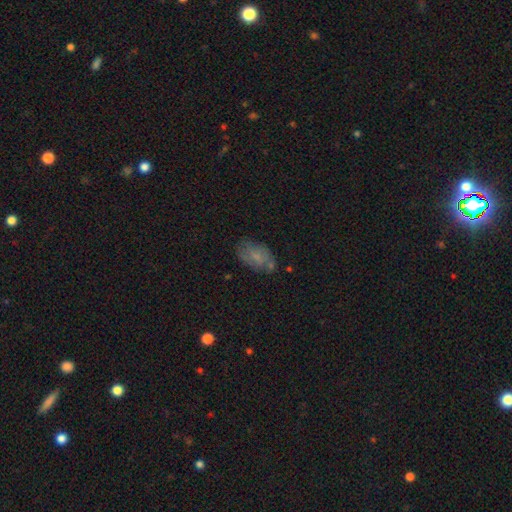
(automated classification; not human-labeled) A smooth galaxy with no disk features (63%) that is in between round and cigar-shaped (91%).

Vote fractions:
- Smooth or featured? smooth: 63% / featured or disk: 28% / star or artifact: 9%
- How rounded? in between: 91% / round: 7% / cigar-shaped: 2%
- Merging? none: 57% / minor disturbance: 26% / major disturbance: 10% / merger: 8%